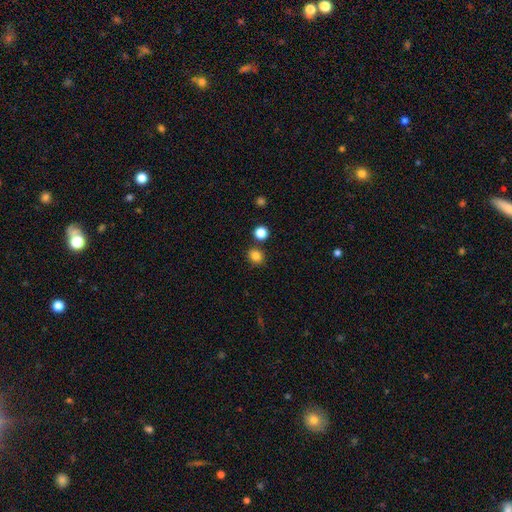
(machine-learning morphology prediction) This appears to be a smooth galaxy with no disk features (83%) that is round (75%). Merging: none (82%).